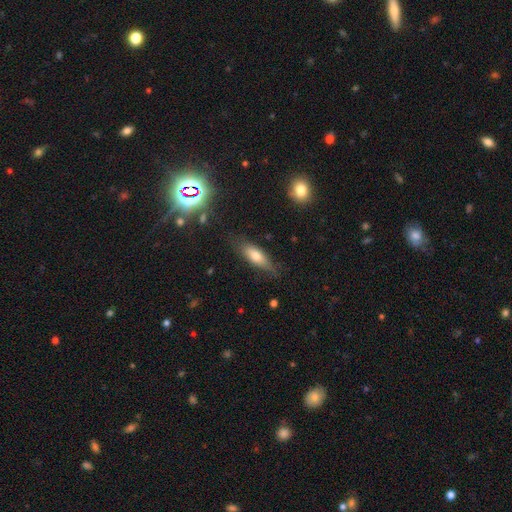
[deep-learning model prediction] Smooth or featured? Predicted: smooth (p=0.66). How rounded? Predicted: in between (p=0.60). Merging? Predicted: none (p=0.73).